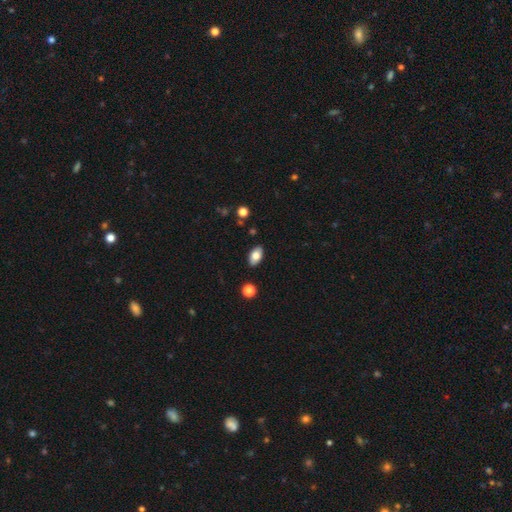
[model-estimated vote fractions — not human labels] smooth_or_featured: smooth (p=0.79) [alt: featured or disk p=0.13]
how_rounded: in between (p=0.92) [alt: round p=0.05]
merging: none (p=0.88) [alt: minor disturbance p=0.09]